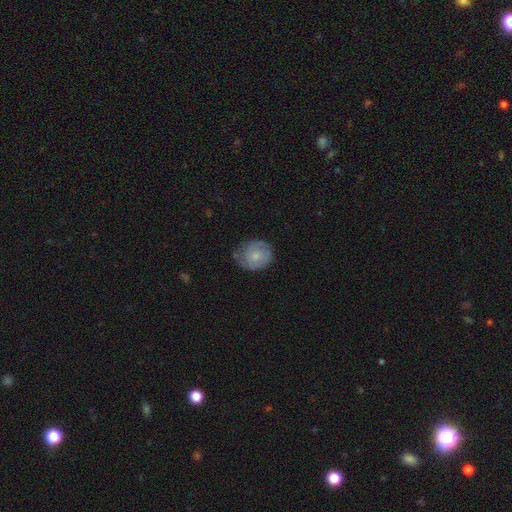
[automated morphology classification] smooth_or_featured: featured or disk (p=0.47) [alt: smooth p=0.46]
merging: none (p=0.66) [alt: minor disturbance p=0.25]